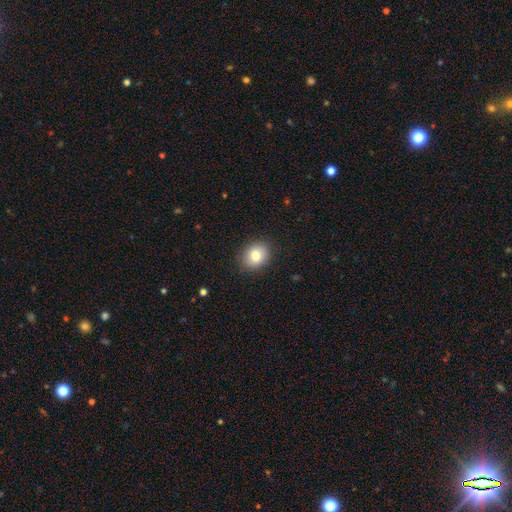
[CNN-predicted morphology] Smooth or featured? Predicted: smooth (p=0.80). How rounded? Predicted: round (p=0.57). Merging? Predicted: none (p=0.88).